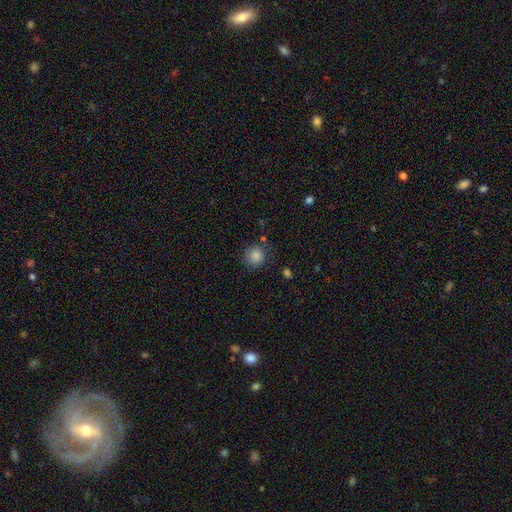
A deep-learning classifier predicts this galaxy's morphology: This appears to be a smooth galaxy with no disk features (86%) that is round (92%). Merging: none (82%).